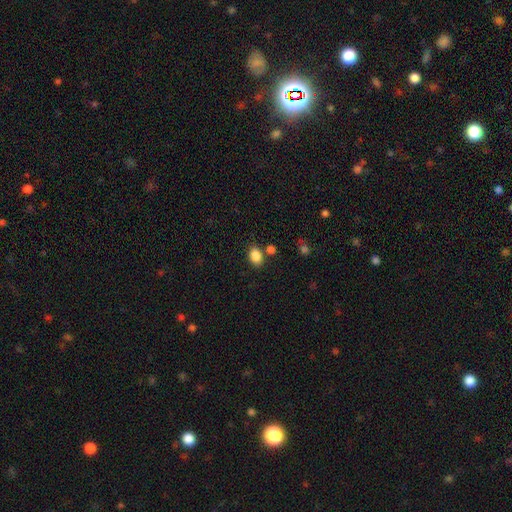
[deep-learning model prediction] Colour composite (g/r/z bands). It shows a smooth galaxy with no disk features (87%) that is in between round and cigar-shaped (79%). Merging: none (73%).